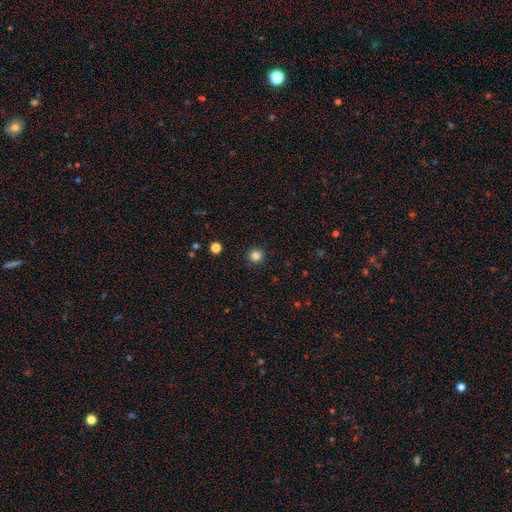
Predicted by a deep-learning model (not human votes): This is clearly a smooth galaxy (83%). How rounded: clearly round (95%). Merging: clearly none (93%).